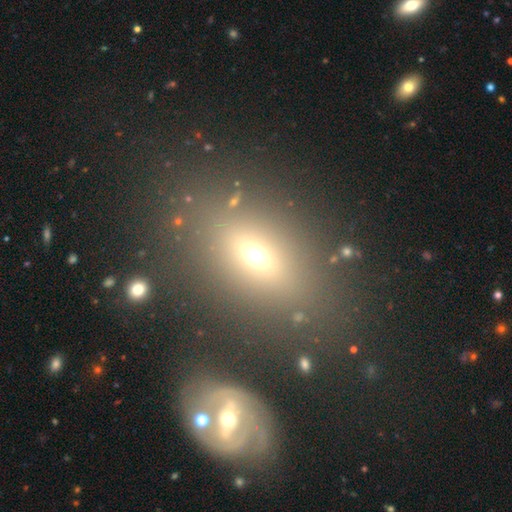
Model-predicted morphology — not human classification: smooth_or_featured: smooth (p=0.58) [alt: featured or disk p=0.25]
how_rounded: in between (p=0.76) [alt: round p=0.17]
merging: none (p=0.72) [alt: minor disturbance p=0.12]